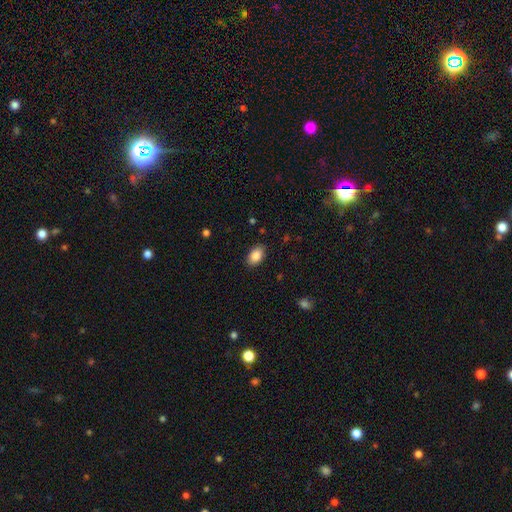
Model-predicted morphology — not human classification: Smooth or featured? Predicted: smooth (p=0.87). How rounded? Predicted: in between (p=0.91). Merging? Predicted: none (p=0.88).